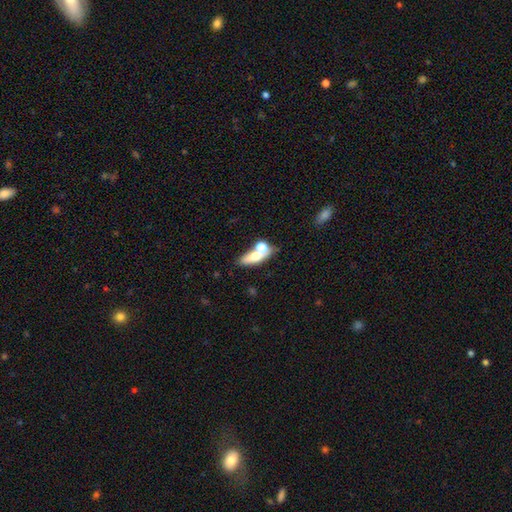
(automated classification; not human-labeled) smooth_or_featured: smooth (p=0.62) [alt: featured or disk p=0.27]
how_rounded: in between (p=0.57) [alt: cigar-shaped p=0.26]
merging: merger (p=0.43) [alt: none p=0.39]